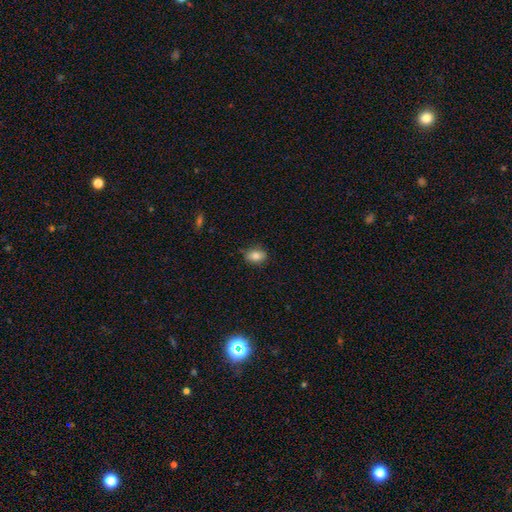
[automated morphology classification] Smooth or featured? Predicted: smooth (p=0.81). How rounded? Predicted: in between (p=0.82). Merging? Predicted: none (p=0.77).